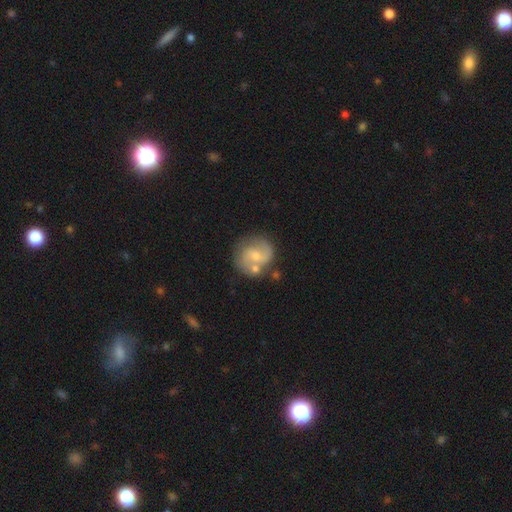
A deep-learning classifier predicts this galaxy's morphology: Q: Smooth or featured?
A: featured or disk (67%); runner-up: smooth (27%)
Q: Edge-on disk?
A: no (98%); runner-up: yes (2%)
Q: Bar?
A: no (49%); runner-up: weak (44%)
Q: Spiral arms?
A: yes (87%); runner-up: no (13%)
Q: Spiral winding?
A: medium (50%); runner-up: loose (27%)
Q: Spiral arm count?
A: 2 (82%); runner-up: can't tell (9%)
Q: Bulge size?
A: small (48%); runner-up: moderate (44%)
Q: Merging?
A: none (61%); runner-up: merger (16%)